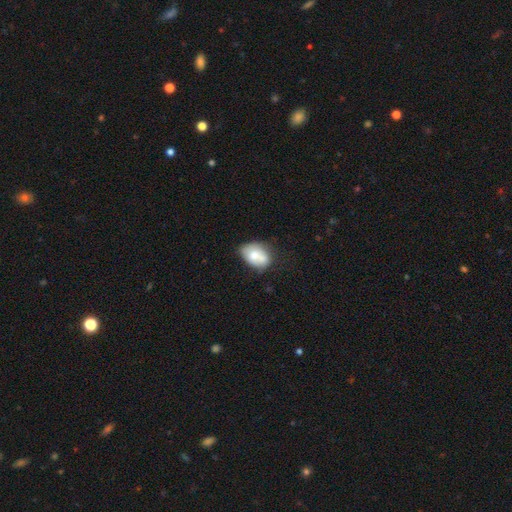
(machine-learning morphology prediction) This is likely a smooth galaxy (69%). How rounded: likely in between (78%). Merging: marginally none (45%).